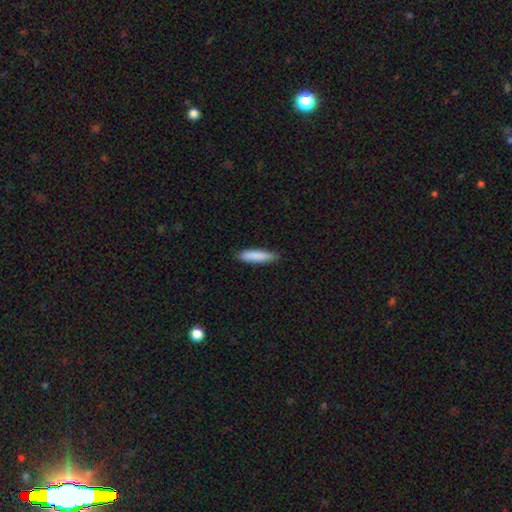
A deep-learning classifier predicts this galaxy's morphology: This is clearly a smooth galaxy (85%). How rounded: likely cigar-shaped (78%). Merging: clearly none (83%).